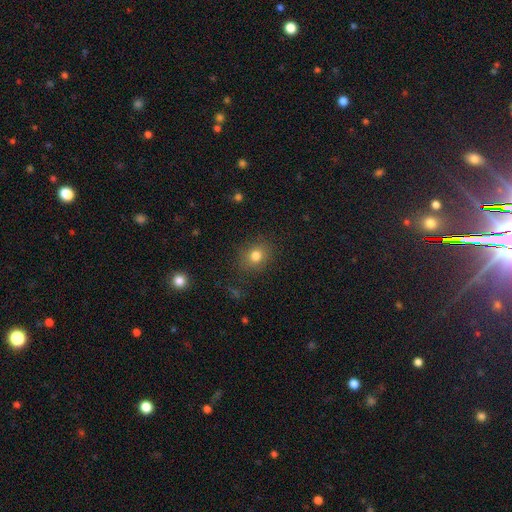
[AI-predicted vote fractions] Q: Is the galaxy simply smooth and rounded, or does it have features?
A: smooth — 79%.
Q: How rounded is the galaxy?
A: round — 66%.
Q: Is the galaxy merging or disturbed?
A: none — 86%.